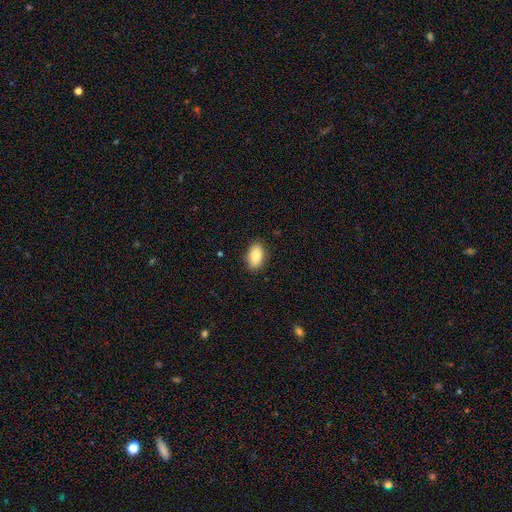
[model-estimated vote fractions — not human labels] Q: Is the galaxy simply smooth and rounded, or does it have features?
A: smooth — 87%.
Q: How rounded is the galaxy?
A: in between — 93%.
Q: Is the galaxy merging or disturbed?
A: none — 87%.